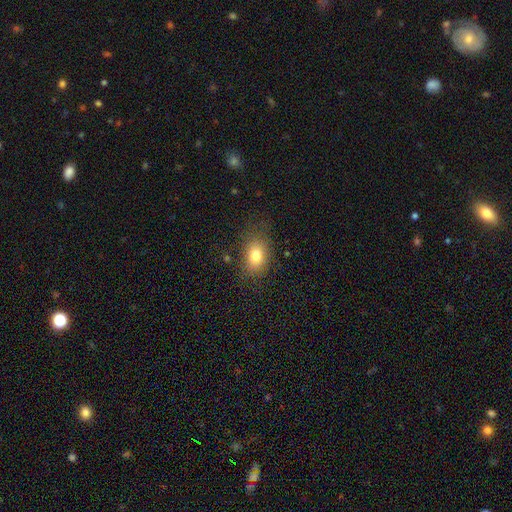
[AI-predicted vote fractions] smooth-or-featured: smooth: 79% | star or artifact: 10% | featured or disk: 10%
  how-rounded: in between: 76% | round: 23% | cigar-shaped: 1%
  merging: none: 75% | minor disturbance: 17% | major disturbance: 7% | merger: 2%